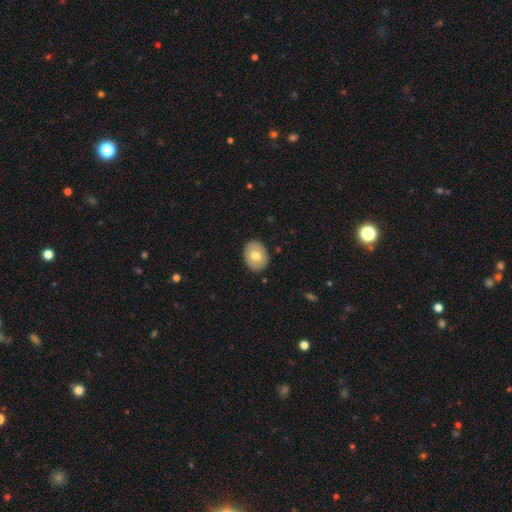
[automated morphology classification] This appears to be a smooth galaxy with no disk features (70%) that is in between round and cigar-shaped (57%). Merging: none (89%).